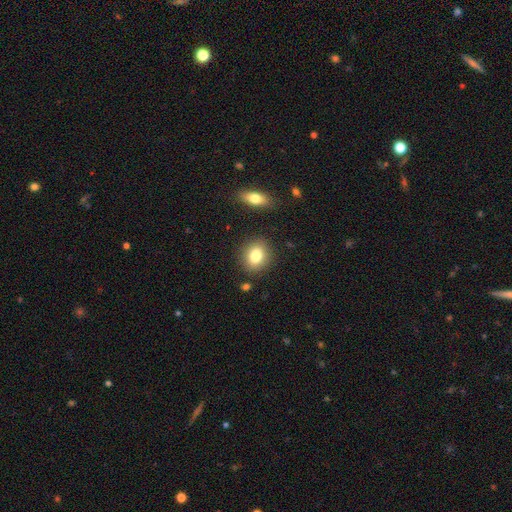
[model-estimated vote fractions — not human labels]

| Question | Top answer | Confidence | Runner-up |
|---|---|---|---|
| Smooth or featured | smooth | 81% | featured or disk (9%) |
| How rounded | round | 58% | in between (40%) |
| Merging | none | 85% | minor disturbance (9%) |